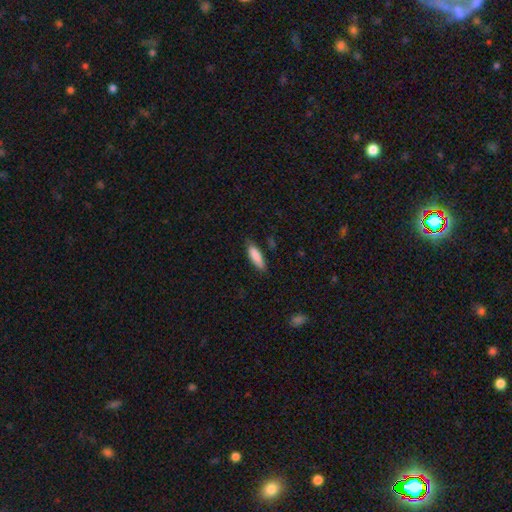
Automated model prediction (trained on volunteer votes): Overall: smooth (86%). How rounded: cigar-shaped (51%; in between 47%). Merging: none (77%).